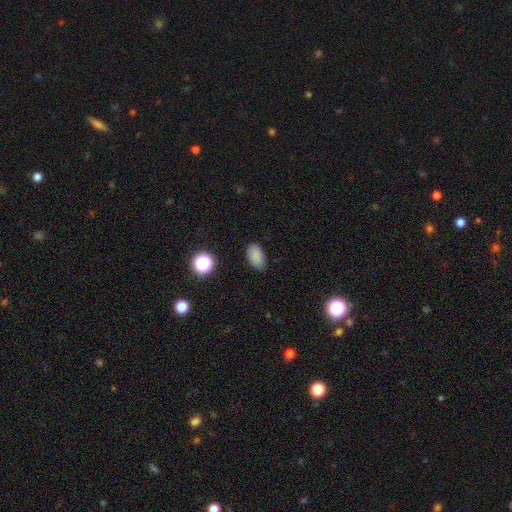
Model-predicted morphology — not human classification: type=smooth (84%); roundness=in between (92%); merging=none (81%).